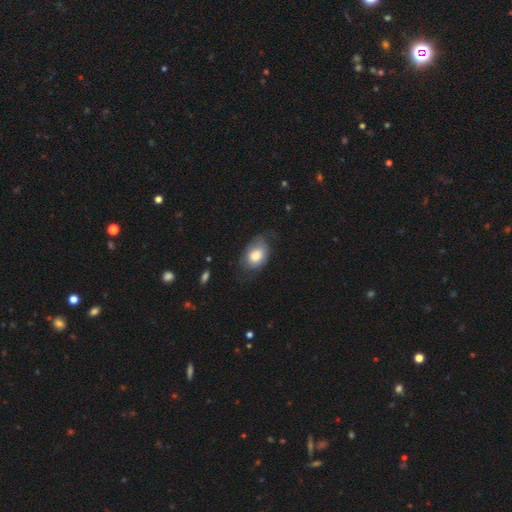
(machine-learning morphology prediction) This appears to be a smooth galaxy with no disk features (74%) that is in between round and cigar-shaped (82%). Merging: none (50%).